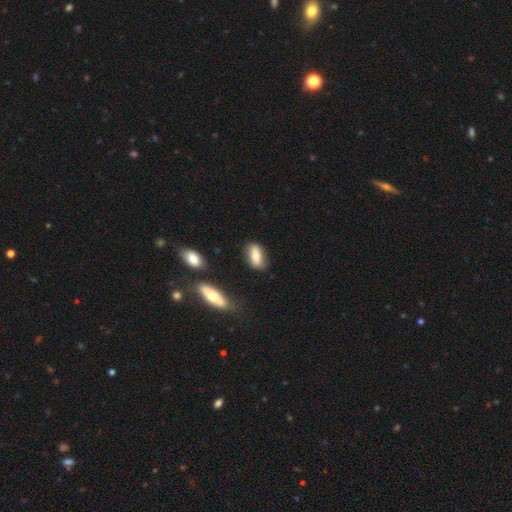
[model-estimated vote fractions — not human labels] This is likely a smooth galaxy (70%). How rounded: clearly in between (83%). Merging: likely none (75%).